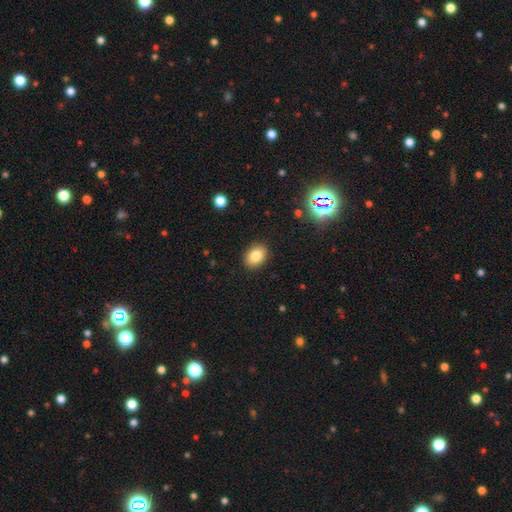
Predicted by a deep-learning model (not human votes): Smooth or featured? smooth (83%)
How rounded? in between (65%)
Merging? none (89%)